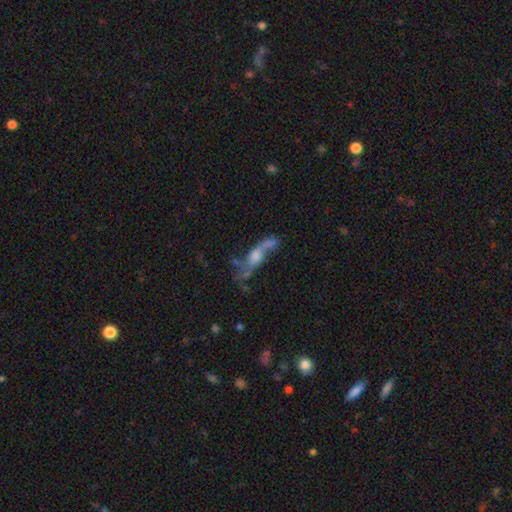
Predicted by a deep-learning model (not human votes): Smooth or featured?
  - featured or disk: 55% *
  - smooth: 32%
  - star or artifact: 13%
Edge-on disk?
  - no: 74% *
  - yes: 26%
Merging?
  - none: 32% *
  - major disturbance: 26%
  - merger: 25%
  - minor disturbance: 17%